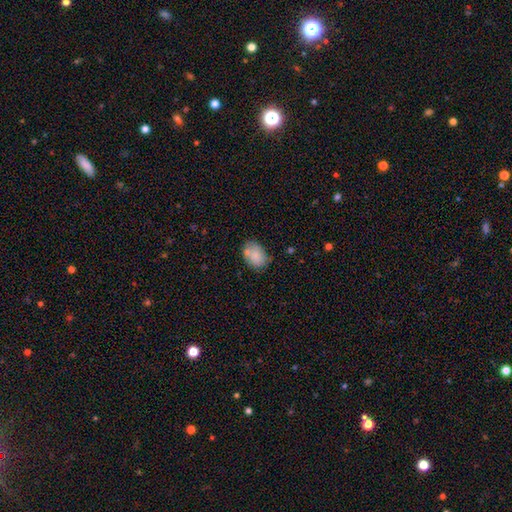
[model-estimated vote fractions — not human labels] smooth_or_featured: smooth (p=0.83) [alt: featured or disk p=0.10]
how_rounded: in between (p=0.80) [alt: round p=0.19]
merging: none (p=0.65) [alt: minor disturbance p=0.19]